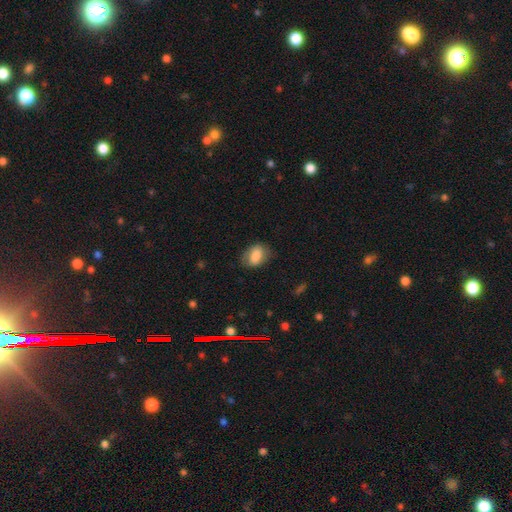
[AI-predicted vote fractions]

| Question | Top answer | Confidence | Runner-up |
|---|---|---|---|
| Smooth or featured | smooth | 83% | featured or disk (9%) |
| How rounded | in between | 83% | round (15%) |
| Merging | none | 71% | minor disturbance (21%) |